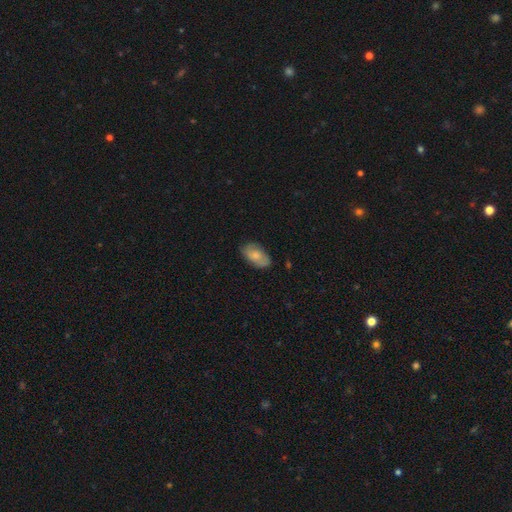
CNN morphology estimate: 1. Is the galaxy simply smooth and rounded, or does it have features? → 72% smooth, 21% featured or disk, 6% star or artifact.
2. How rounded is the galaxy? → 93% in between, 5% round, 2% cigar-shaped.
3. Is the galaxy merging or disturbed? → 75% none, 20% minor disturbance, 4% major disturbance, 1% merger.